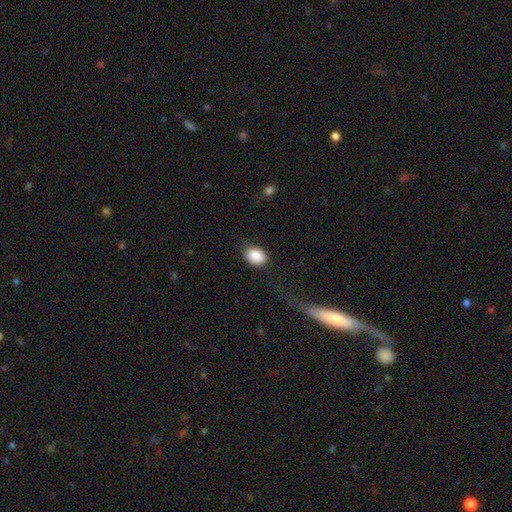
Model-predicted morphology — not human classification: smooth-or-featured: smooth: 89% | star or artifact: 7% | featured or disk: 4%
  how-rounded: in between: 72% | round: 26% | cigar-shaped: 1%
  merging: none: 74% | minor disturbance: 16% | major disturbance: 8% | merger: 2%